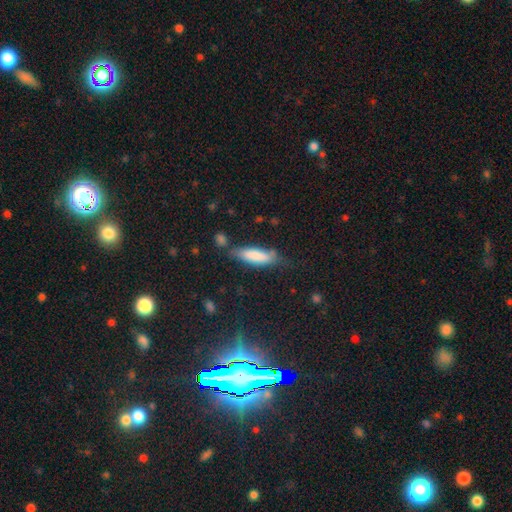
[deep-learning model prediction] Overall: smooth (80%). How rounded: cigar-shaped (51%; in between 47%). Merging: none (60%; minor disturbance 26%).